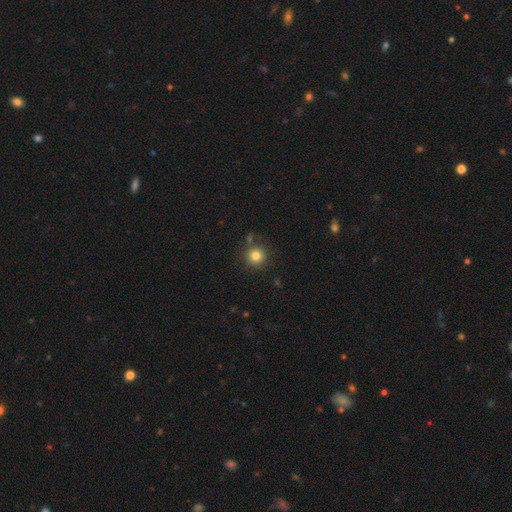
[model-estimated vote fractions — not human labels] smooth-or-featured: smooth: 82% | star or artifact: 12% | featured or disk: 6%
  how-rounded: round: 94% | in between: 5% | cigar-shaped: 1%
  merging: none: 83% | minor disturbance: 9% | merger: 5% | major disturbance: 3%